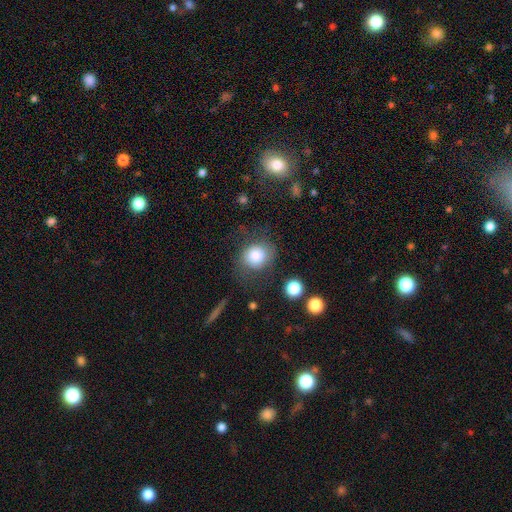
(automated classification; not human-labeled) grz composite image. It shows a smooth galaxy with no disk features (77%) that is round (71%). Merging: none (60%).